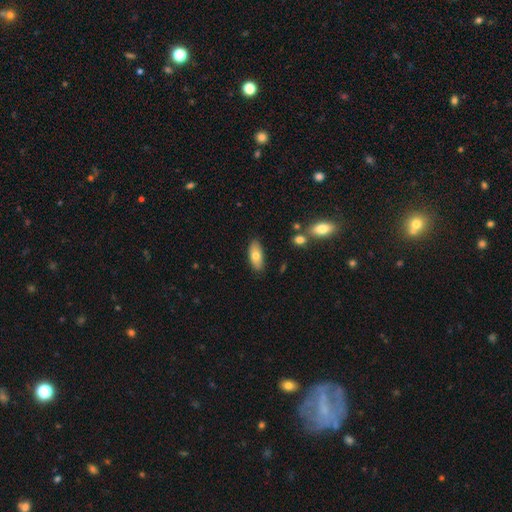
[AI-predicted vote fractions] smooth 74%, featured or disk 19%, star or artifact 7%. Down the decision tree: how rounded — in between (84%); merging — none (83%).